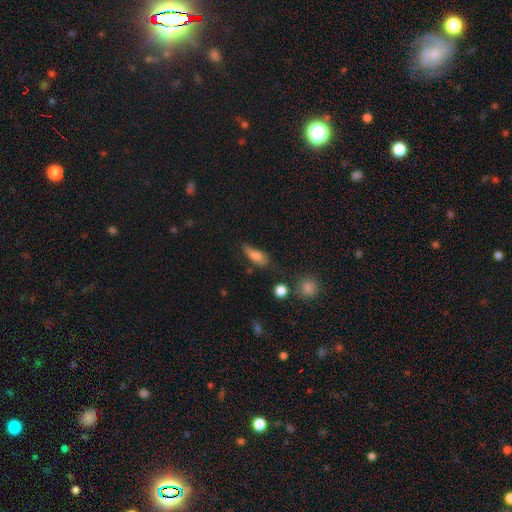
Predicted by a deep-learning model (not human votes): Smooth or featured? Predicted: smooth (p=0.76). How rounded? Predicted: in between (p=0.68). Merging? Predicted: none (p=0.46).